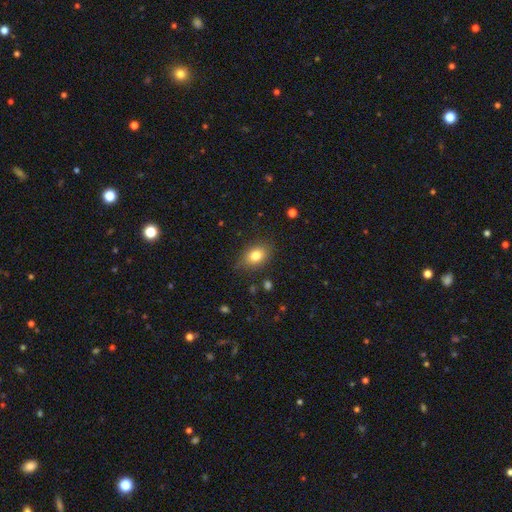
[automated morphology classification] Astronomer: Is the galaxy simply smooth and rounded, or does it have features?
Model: smooth — 81%.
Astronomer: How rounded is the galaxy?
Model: in between — 76%.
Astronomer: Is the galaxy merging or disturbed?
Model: none — 81%.